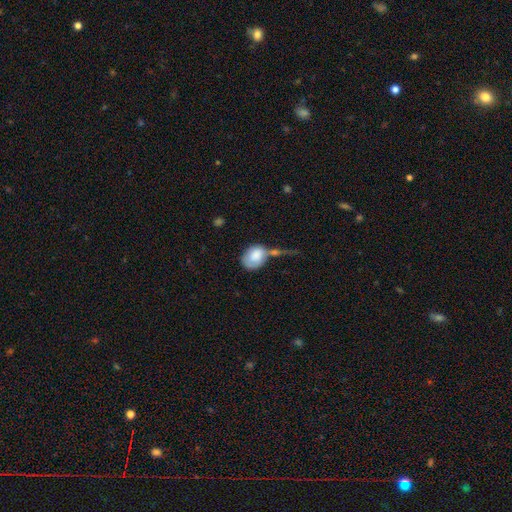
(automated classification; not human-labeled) Smooth or featured?
  - smooth: 77% *
  - featured or disk: 17%
  - star or artifact: 7%
How rounded?
  - in between: 64% *
  - round: 35%
  - cigar-shaped: 1%
Merging?
  - none: 28% *
  - merger: 26%
  - major disturbance: 23%
  - minor disturbance: 23%